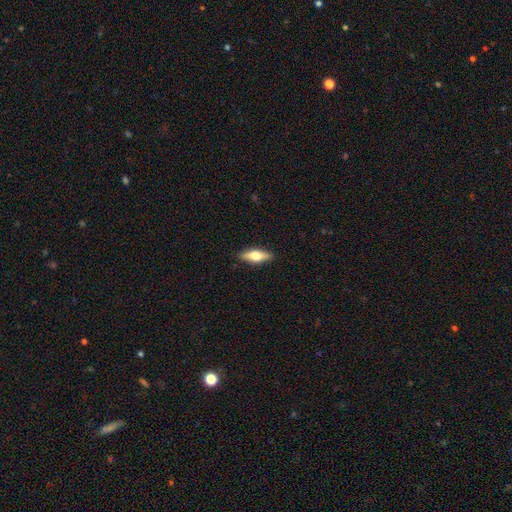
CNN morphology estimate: smooth 56%, featured or disk 38%, star or artifact 6%. Down the decision tree: how rounded — in between (58%); merging — none (89%).